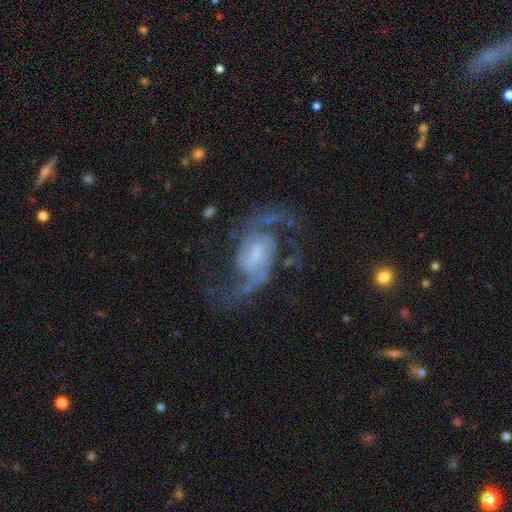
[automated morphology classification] featured or disk 91%, star or artifact 5%, smooth 4%. Down the decision tree: edge-on disk — no (98%); bar — weak (52%); spiral arms — yes (98%); spiral arm count — 2 (92%); spiral winding — medium (48%); bulge size — small (36%); merging — none (69%).